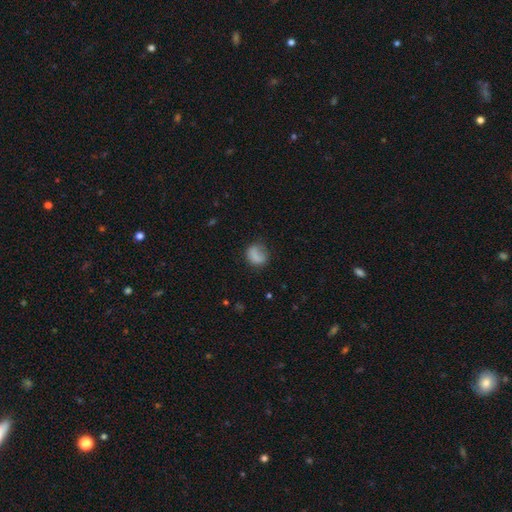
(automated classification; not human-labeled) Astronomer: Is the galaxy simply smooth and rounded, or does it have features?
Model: smooth — 79%.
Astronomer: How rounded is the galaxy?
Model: round — 54% (runner-up: in between, 45%).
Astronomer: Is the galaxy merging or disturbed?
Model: none — 58%.